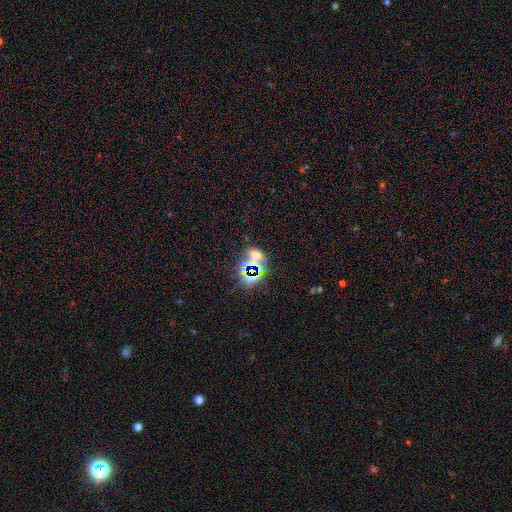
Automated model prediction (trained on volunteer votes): A star or artifact, not a galaxy (58%).